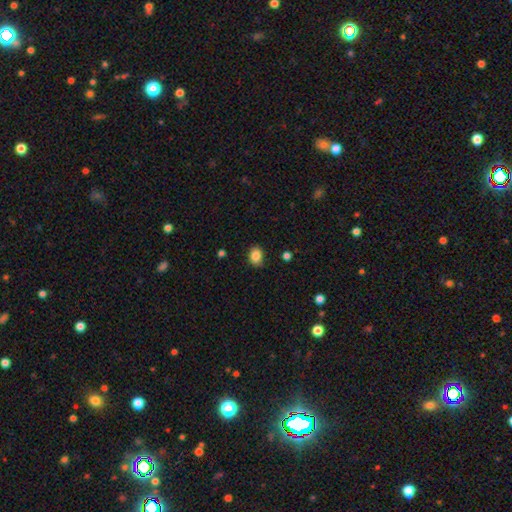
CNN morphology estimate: smooth_or_featured: smooth (p=0.86) [alt: star or artifact p=0.09]
how_rounded: in between (p=0.63) [alt: round p=0.36]
merging: none (p=0.78) [alt: minor disturbance p=0.17]